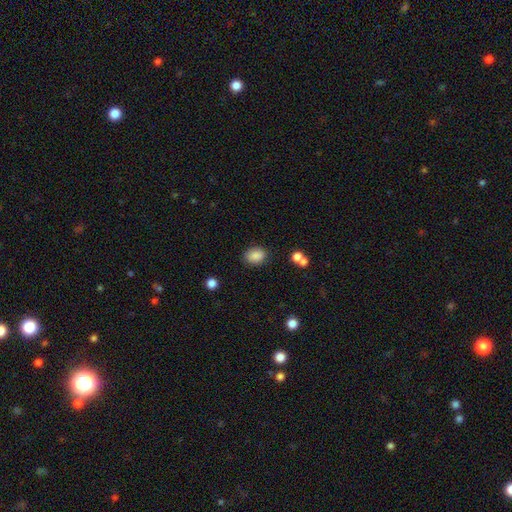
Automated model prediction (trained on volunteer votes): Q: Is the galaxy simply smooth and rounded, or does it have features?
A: smooth — 86%.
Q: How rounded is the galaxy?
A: in between — 72%.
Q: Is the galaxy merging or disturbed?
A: none — 83%.